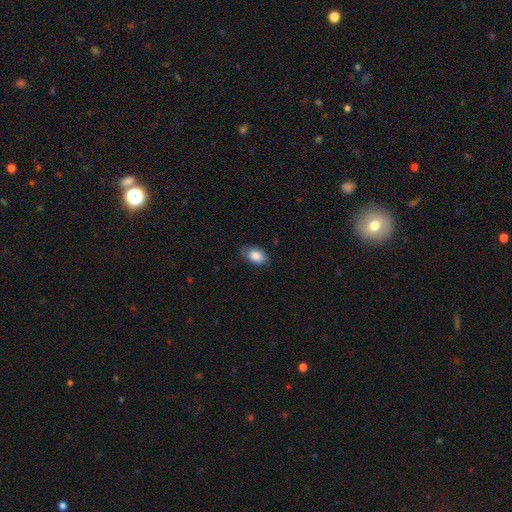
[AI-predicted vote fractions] A smooth galaxy with no disk features (84%) that is in between round and cigar-shaped (91%). Merging: none (74%).